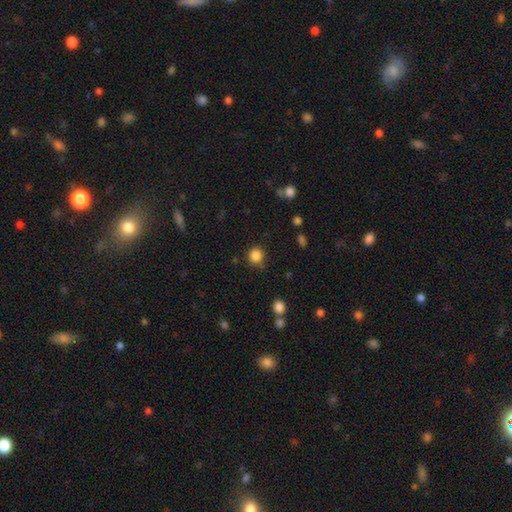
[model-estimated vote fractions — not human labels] This is clearly a smooth galaxy (85%). How rounded: clearly round (90%). Merging: clearly none (82%).